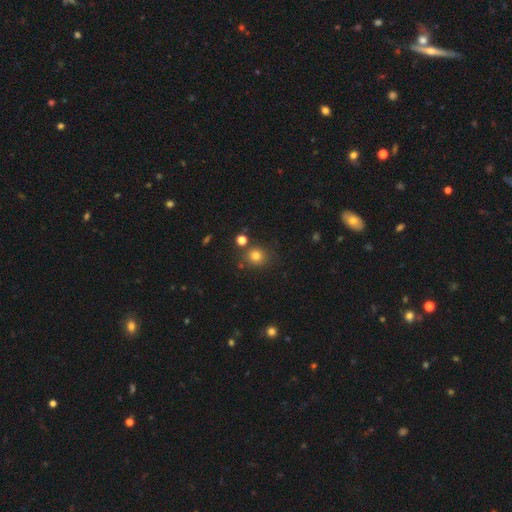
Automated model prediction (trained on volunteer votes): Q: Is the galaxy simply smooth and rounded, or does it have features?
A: smooth — 78%.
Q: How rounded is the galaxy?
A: round — 83%.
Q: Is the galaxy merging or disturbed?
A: none — 78%.